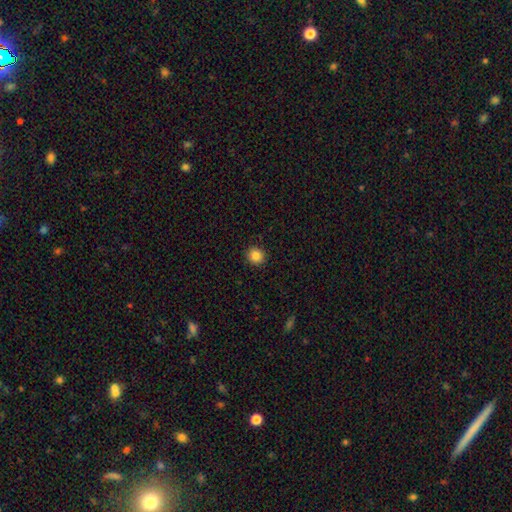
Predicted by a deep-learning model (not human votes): This appears to be a smooth galaxy with no disk features (86%) that is round (90%). Merging: none (92%).